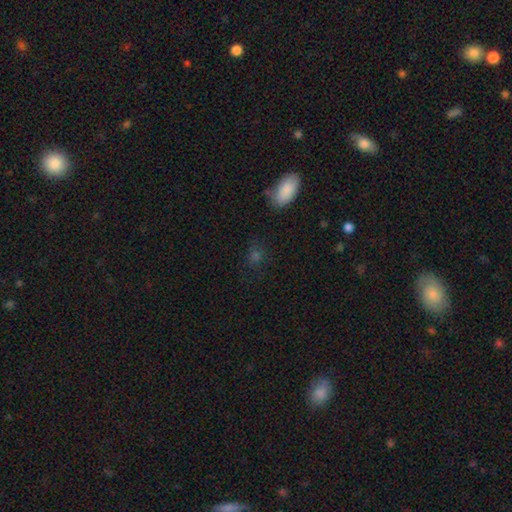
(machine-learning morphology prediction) Smooth or featured: smooth — 66% (star or artifact — 25%)
How rounded: in between — 54% (round — 42%)
Merging: none — 72% (minor disturbance — 16%)